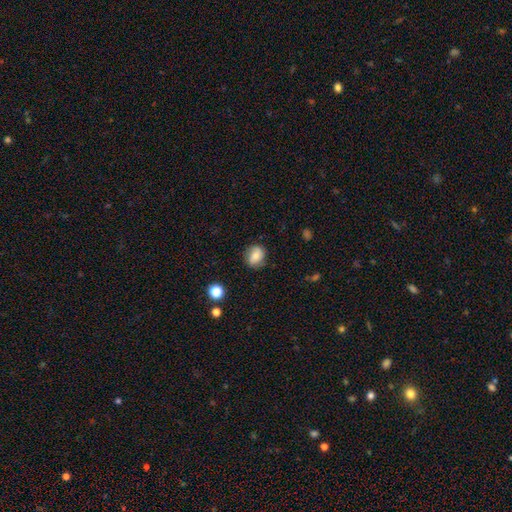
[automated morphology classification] Q: Smooth or featured?
A: smooth (72%); runner-up: featured or disk (19%)
Q: How rounded?
A: round (62%); runner-up: in between (37%)
Q: Merging?
A: none (80%); runner-up: minor disturbance (15%)